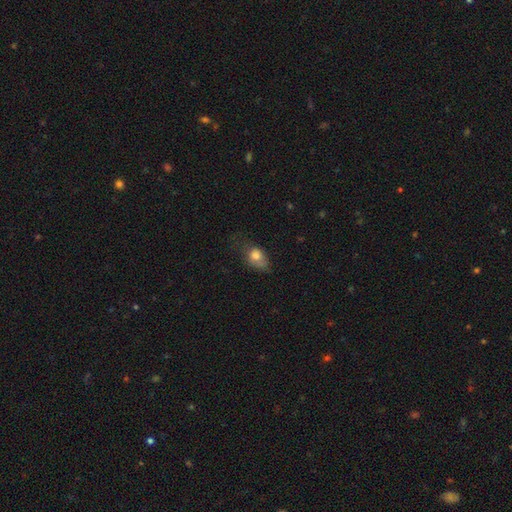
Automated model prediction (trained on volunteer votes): A smooth galaxy with no disk features (77%) that is in between round and cigar-shaped (70%). Merging: minor disturbance (37%).